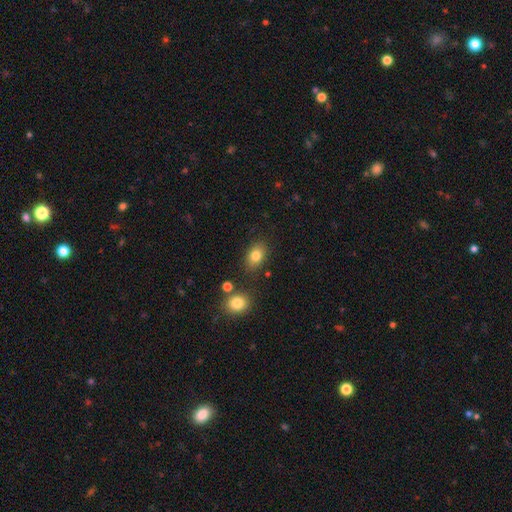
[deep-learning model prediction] Overall: smooth (81%). How rounded: in between (77%). Merging: none (80%).